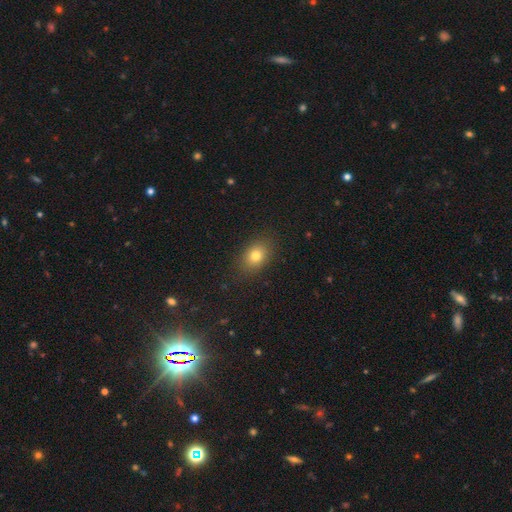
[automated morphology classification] smooth-or-featured: smooth: 78% | star or artifact: 12% | featured or disk: 11%
  how-rounded: in between: 71% | round: 28% | cigar-shaped: 2%
  merging: none: 85% | minor disturbance: 10% | major disturbance: 4% | merger: 1%